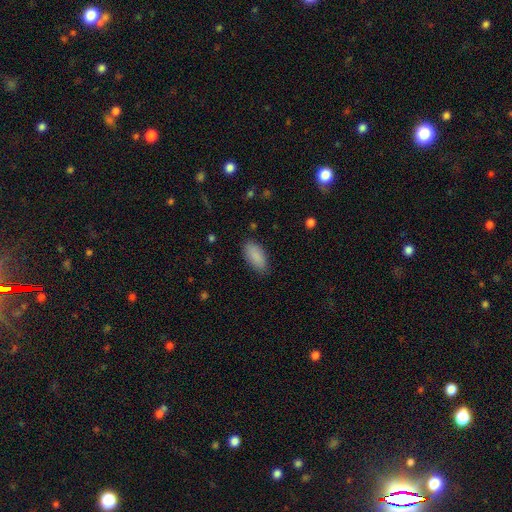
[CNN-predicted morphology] Q: Smooth or featured?
A: smooth (89%); runner-up: star or artifact (7%)
Q: How rounded?
A: in between (88%); runner-up: cigar-shaped (9%)
Q: Merging?
A: none (84%); runner-up: minor disturbance (12%)